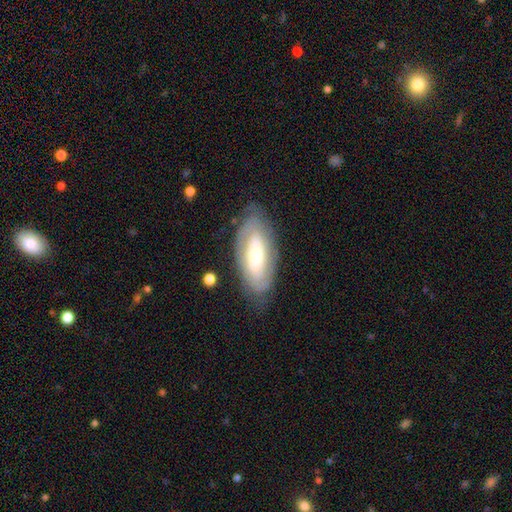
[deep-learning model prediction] This appears to be a featured or disk galaxy (62%) with no bar (56%), spiral arms (69%) and a small central bulge (41%, tied with moderate). Merging: none (74%).